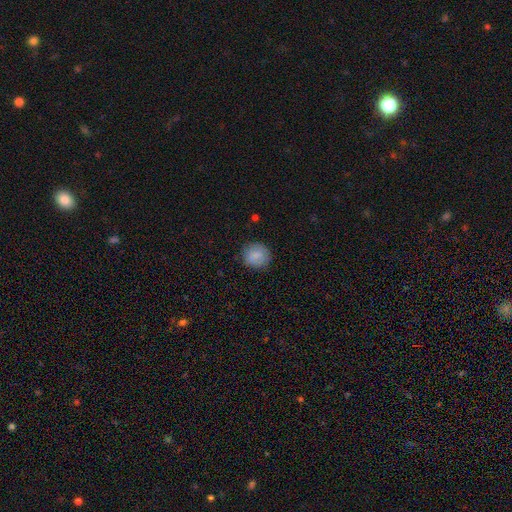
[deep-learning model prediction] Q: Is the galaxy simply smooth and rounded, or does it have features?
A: smooth — 83%.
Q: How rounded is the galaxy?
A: round — 83%.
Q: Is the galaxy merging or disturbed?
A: none — 83%.